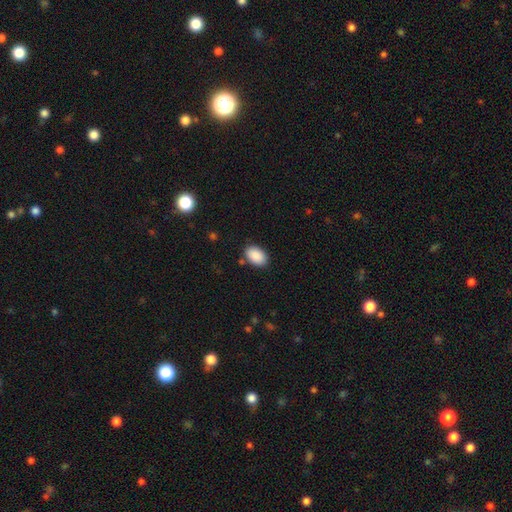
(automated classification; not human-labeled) Overall: smooth (90%). How rounded: in between (90%). Merging: none (85%).